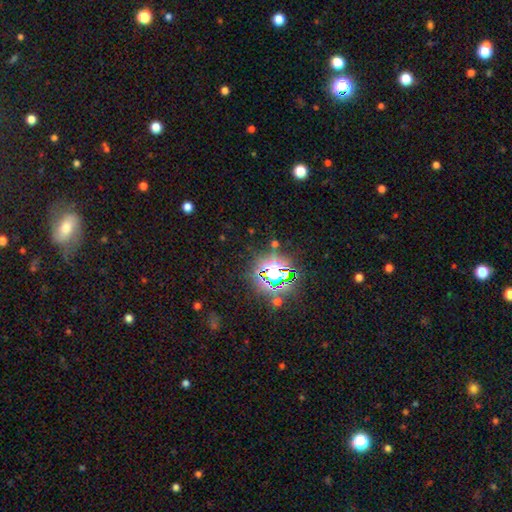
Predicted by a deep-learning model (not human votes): This appears to be a star or artifact, not a galaxy (80%).